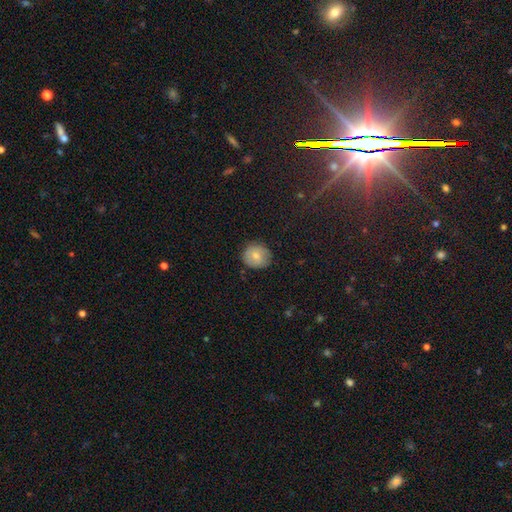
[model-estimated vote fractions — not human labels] smooth_or_featured: smooth (p=0.75) [alt: featured or disk p=0.16]
how_rounded: round (p=0.83) [alt: in between p=0.16]
merging: none (p=0.82) [alt: minor disturbance p=0.14]